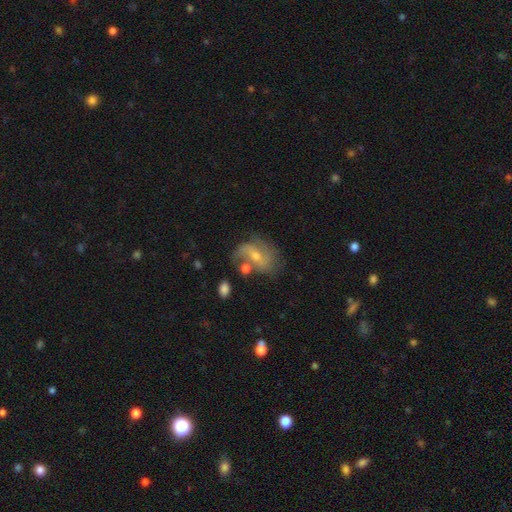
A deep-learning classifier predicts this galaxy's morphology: featured or disk 66%, smooth 23%, star or artifact 11%. Down the decision tree: edge-on disk — no (96%); bar — no (44%); spiral arms — yes (81%); spiral arm count — 2 (57%); spiral winding — loose (41%); bulge size — small (49%); merging — none (51%).